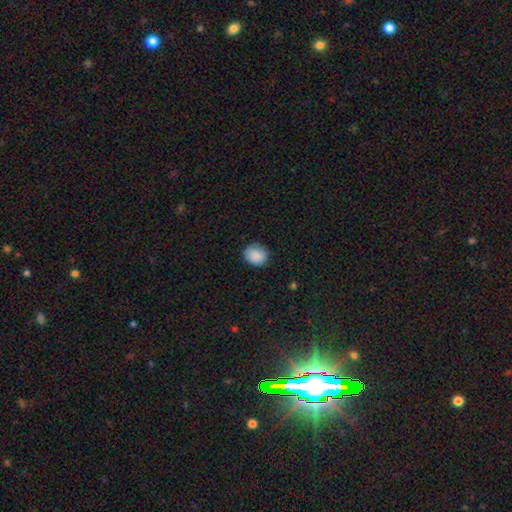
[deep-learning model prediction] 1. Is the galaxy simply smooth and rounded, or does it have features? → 89% smooth, 8% star or artifact, 3% featured or disk.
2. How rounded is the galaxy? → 66% round, 33% in between, 1% cigar-shaped.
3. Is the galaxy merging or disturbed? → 84% none, 13% minor disturbance, 3% major disturbance, 1% merger.